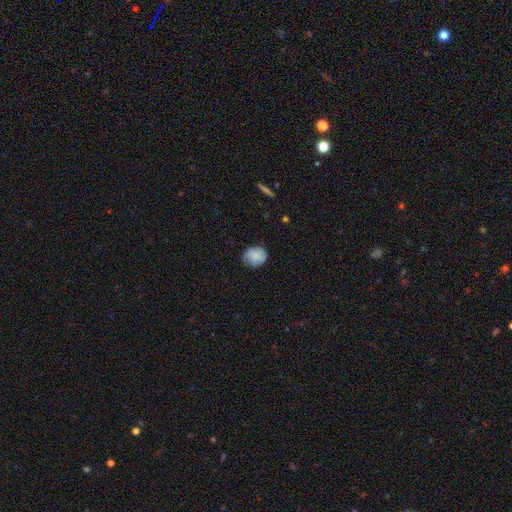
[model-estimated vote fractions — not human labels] smooth 76%, featured or disk 16%, star or artifact 8%. Down the decision tree: how rounded — round (74%); merging — none (69%).